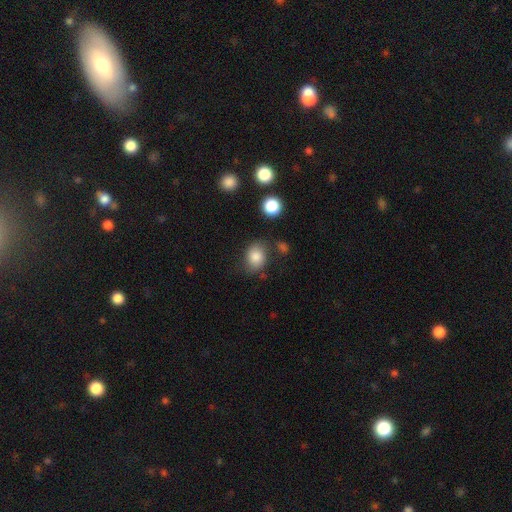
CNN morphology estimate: Q: Smooth or featured?
A: smooth (84%); runner-up: star or artifact (9%)
Q: How rounded?
A: in between (56%); runner-up: round (43%)
Q: Merging?
A: none (71%); runner-up: minor disturbance (18%)